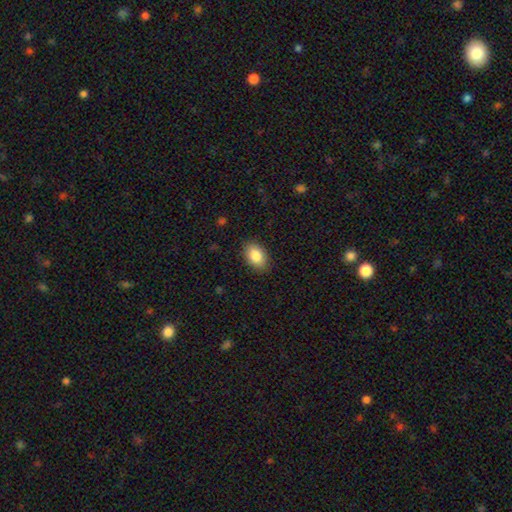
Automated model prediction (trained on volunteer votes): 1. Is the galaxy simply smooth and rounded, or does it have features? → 86% smooth, 7% featured or disk, 7% star or artifact.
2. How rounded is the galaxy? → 89% in between, 10% round, 1% cigar-shaped.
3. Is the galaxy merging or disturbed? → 87% none, 9% minor disturbance, 2% major disturbance, 1% merger.